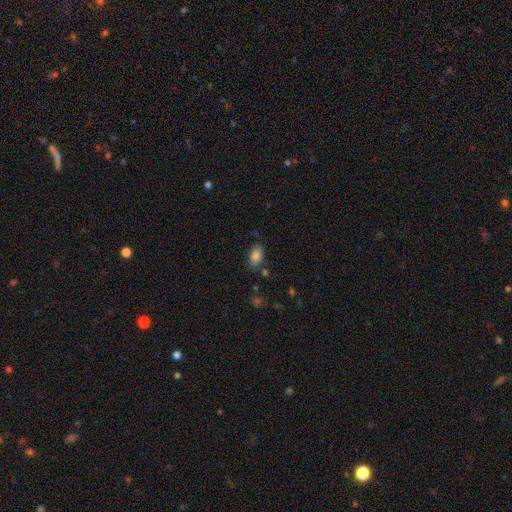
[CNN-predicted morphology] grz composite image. It shows a smooth galaxy with no disk features (84%) that is in between round and cigar-shaped (91%). Merging: none (78%).